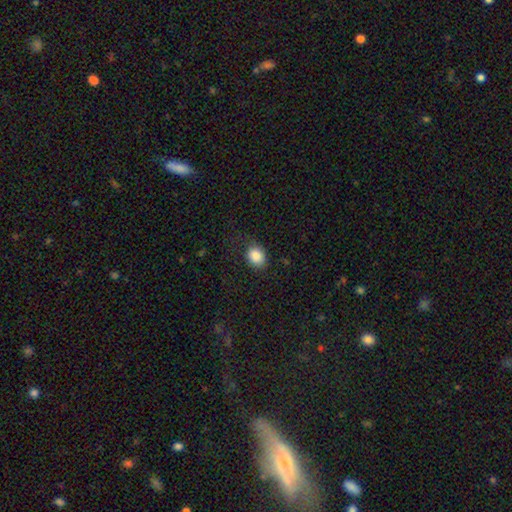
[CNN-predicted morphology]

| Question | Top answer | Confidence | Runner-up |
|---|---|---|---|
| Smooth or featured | smooth | 86% | star or artifact (8%) |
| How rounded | in between | 58% | round (42%) |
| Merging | none | 73% | minor disturbance (18%) |